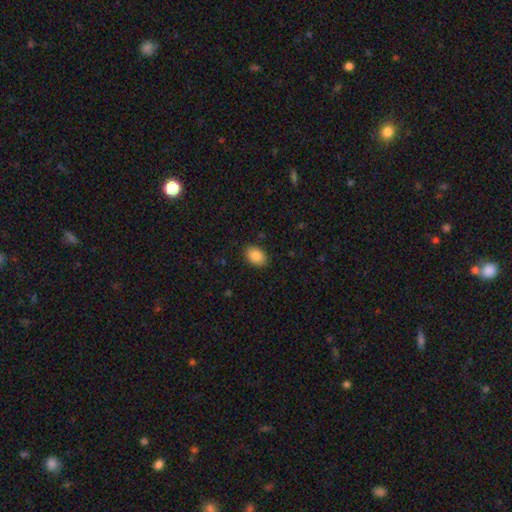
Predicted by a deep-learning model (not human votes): A smooth galaxy with no disk features (87%) that is in between round and cigar-shaped (81%). Merging: none (88%).